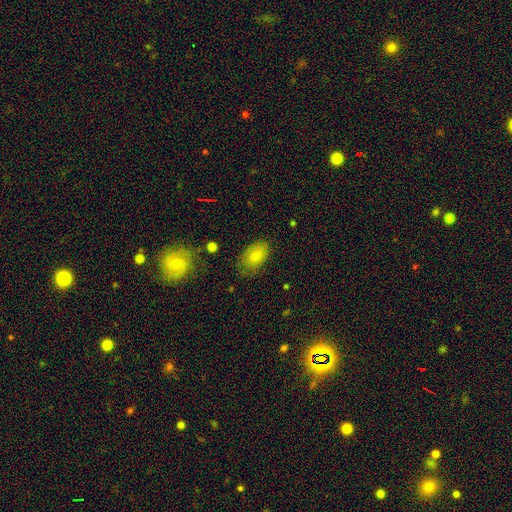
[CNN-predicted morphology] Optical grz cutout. It shows a smooth galaxy with no disk features (83%) that is in between round and cigar-shaped (92%). Merging: none (70%).